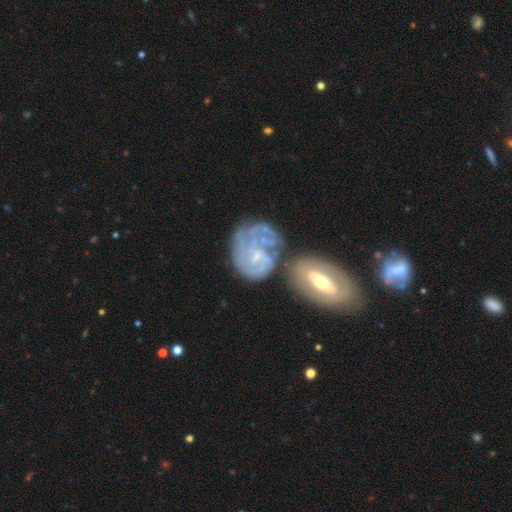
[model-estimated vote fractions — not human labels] smooth_or_featured: featured or disk (p=0.78) [alt: smooth p=0.16]
disk_edge_on: no (p=0.97) [alt: yes p=0.03]
bar: no (p=0.61) [alt: weak p=0.31]
has_spiral_arms: yes (p=0.82) [alt: no p=0.18]
spiral_winding: tight (p=0.57) [alt: medium p=0.30]
spiral_arm_count: can't tell (p=0.46) [alt: 3 p=0.18]
bulge_size: small (p=0.62) [alt: moderate p=0.21]
merging: none (p=0.36) [alt: merger p=0.31]